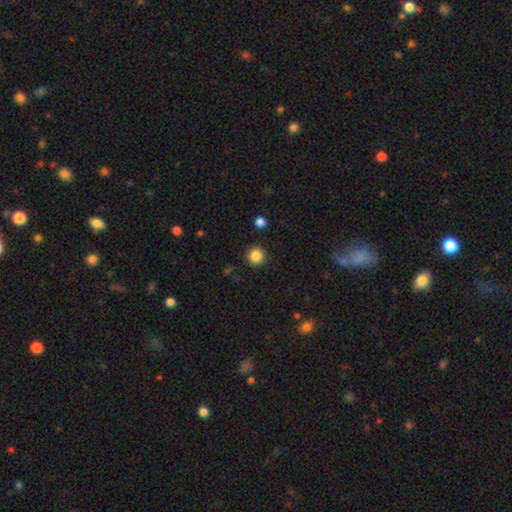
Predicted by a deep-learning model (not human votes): Q: Smooth or featured?
A: smooth (86%); runner-up: star or artifact (11%)
Q: How rounded?
A: round (94%); runner-up: in between (5%)
Q: Merging?
A: none (90%); runner-up: minor disturbance (6%)